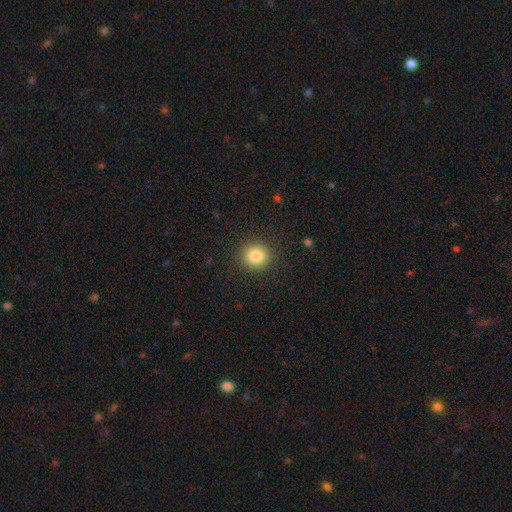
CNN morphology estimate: smooth 83%, star or artifact 11%, featured or disk 6%. Down the decision tree: how rounded — round (91%); merging — none (91%).